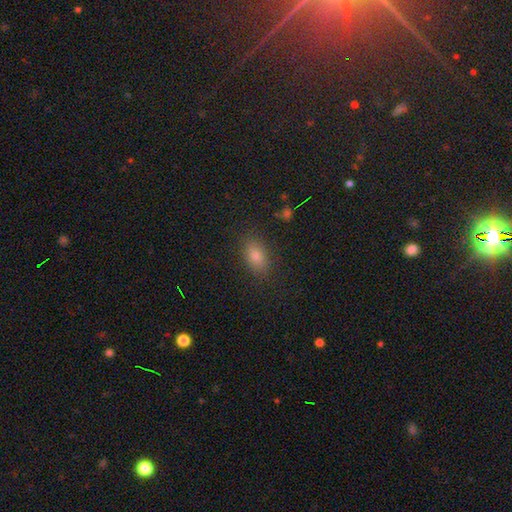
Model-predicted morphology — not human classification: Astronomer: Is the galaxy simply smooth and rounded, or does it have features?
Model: smooth — 78%.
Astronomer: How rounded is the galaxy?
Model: in between — 84%.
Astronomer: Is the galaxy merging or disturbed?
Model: none — 86%.